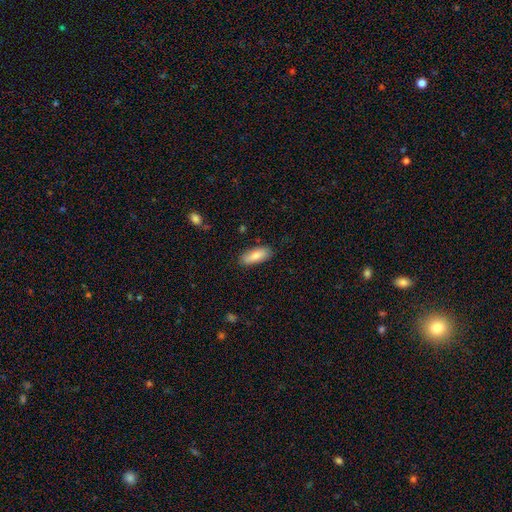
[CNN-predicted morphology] Overall: smooth (82%). How rounded: in between (75%). Merging: none (85%).